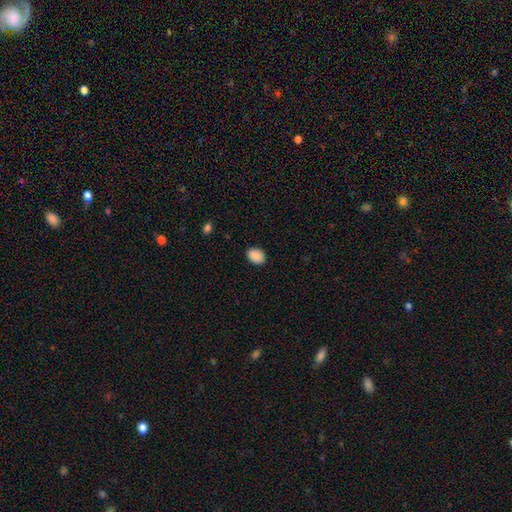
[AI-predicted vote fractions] This is clearly a smooth galaxy (90%). How rounded: likely in between (74%). Merging: clearly none (88%).